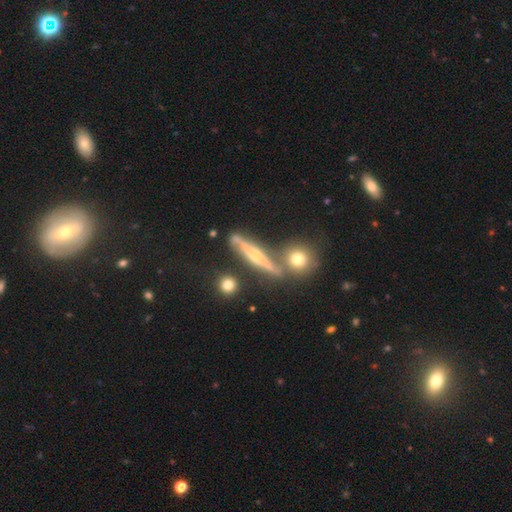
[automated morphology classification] This is likely a featured or disk galaxy (67%). It is clearly viewed edge-on (86%). Edge-on bulge: likely rounded (76%). Merging: likely none (70%).